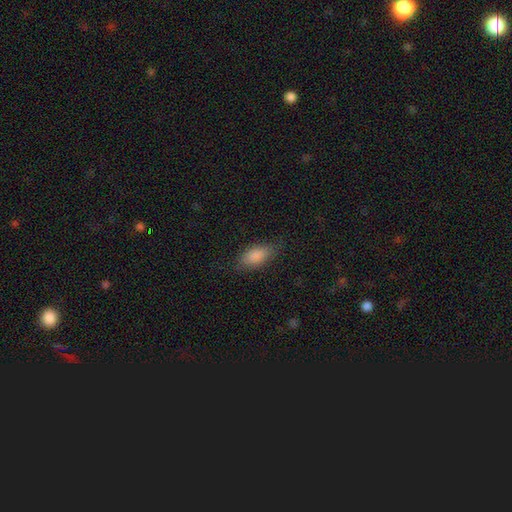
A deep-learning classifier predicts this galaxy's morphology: A smooth galaxy with no disk features (82%) that is in between round and cigar-shaped (82%). Merging: none (78%).